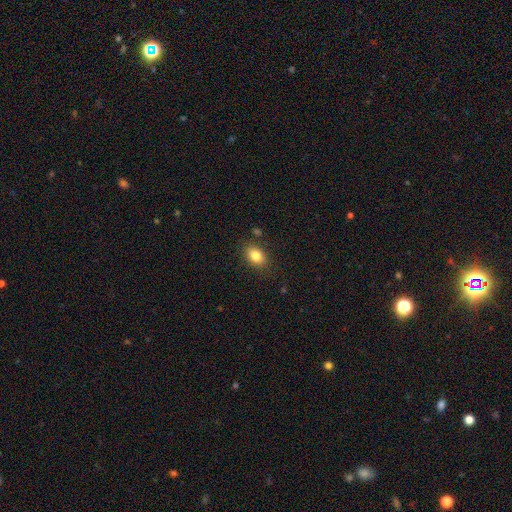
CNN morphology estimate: Q: Smooth or featured?
A: smooth (83%); runner-up: star or artifact (9%)
Q: How rounded?
A: in between (79%); runner-up: round (20%)
Q: Merging?
A: none (83%); runner-up: minor disturbance (11%)